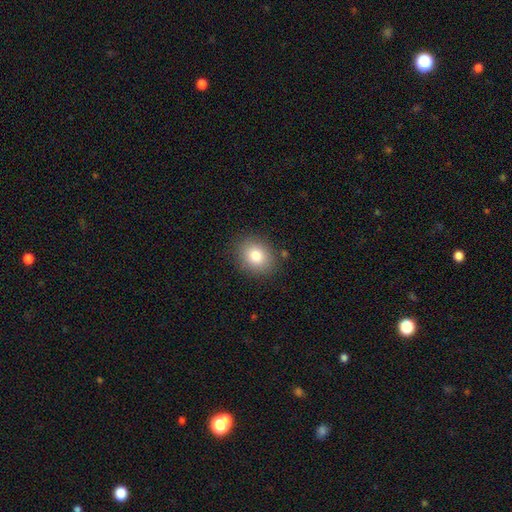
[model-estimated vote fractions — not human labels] A smooth galaxy with no disk features (82%) that is round (55%).

Vote fractions:
- Smooth or featured? smooth: 82% / star or artifact: 9% / featured or disk: 9%
- How rounded? round: 55% / in between: 45% / cigar-shaped: 1%
- Merging? none: 85% / minor disturbance: 10% / major disturbance: 3% / merger: 2%